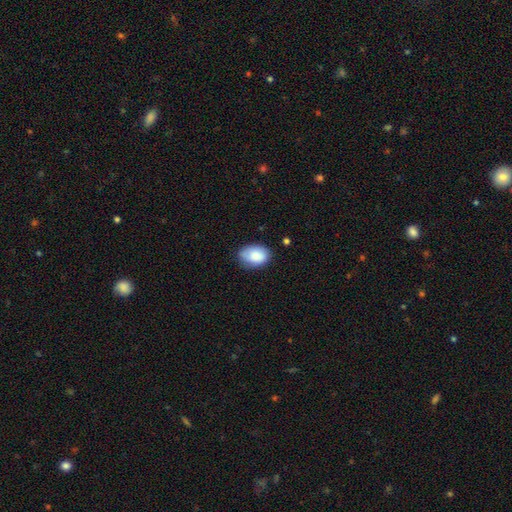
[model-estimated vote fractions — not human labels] Overall: smooth (84%). How rounded: in between (84%). Merging: none (71%).